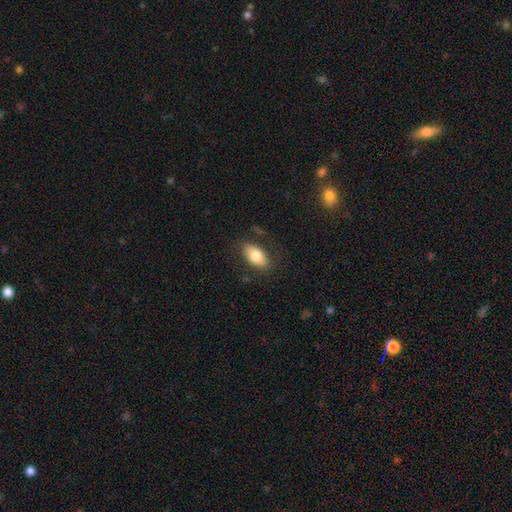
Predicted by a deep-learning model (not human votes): smooth-or-featured: smooth: 79% | featured or disk: 14% | star or artifact: 7%
  how-rounded: in between: 92% | round: 5% | cigar-shaped: 3%
  merging: none: 82% | minor disturbance: 13% | major disturbance: 4% | merger: 1%